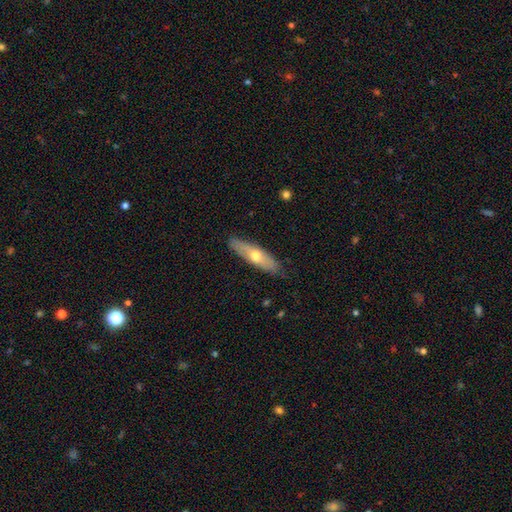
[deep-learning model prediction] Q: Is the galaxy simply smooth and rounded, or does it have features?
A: smooth — 48%.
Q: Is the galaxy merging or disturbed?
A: none — 85%.